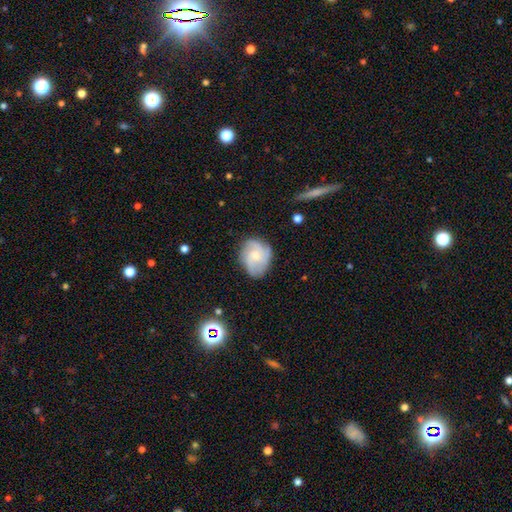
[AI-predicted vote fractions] Q: Smooth or featured?
A: featured or disk (68%); runner-up: smooth (25%)
Q: Edge-on disk?
A: no (98%); runner-up: yes (2%)
Q: Bar?
A: no (70%); runner-up: weak (27%)
Q: Spiral arms?
A: yes (93%); runner-up: no (7%)
Q: Spiral winding?
A: medium (47%); runner-up: tight (32%)
Q: Spiral arm count?
A: 3 (47%); runner-up: 4 (16%)
Q: Bulge size?
A: small (56%); runner-up: moderate (37%)
Q: Merging?
A: none (74%); runner-up: minor disturbance (19%)